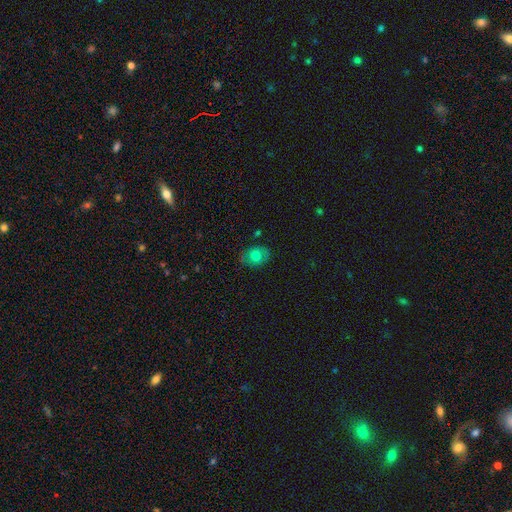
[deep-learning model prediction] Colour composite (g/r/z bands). It shows a smooth galaxy with no disk features (68%) that is in between round and cigar-shaped (53%). Merging: none (76%).